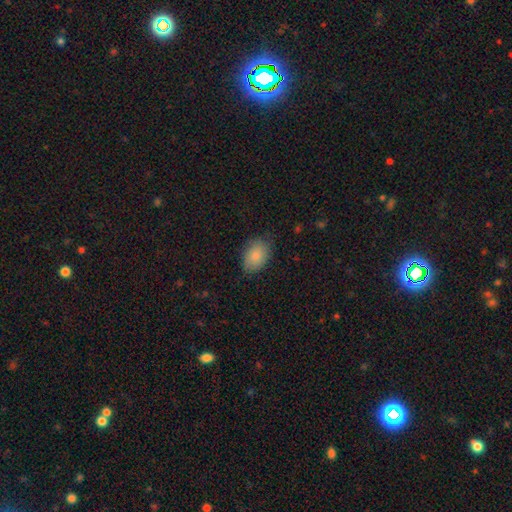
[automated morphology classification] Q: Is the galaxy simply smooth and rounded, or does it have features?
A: smooth — 86%.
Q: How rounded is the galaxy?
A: in between — 85%.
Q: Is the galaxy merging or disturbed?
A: none — 79%.